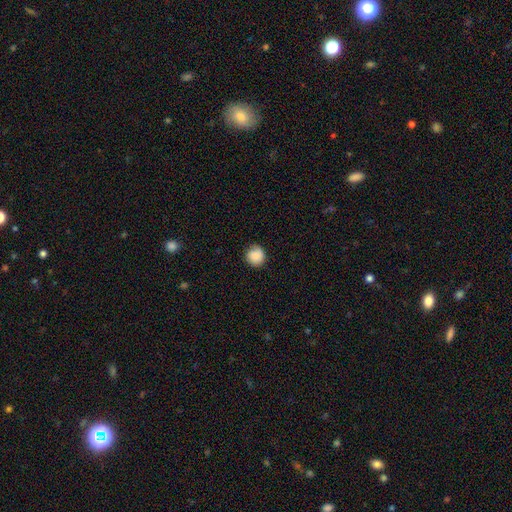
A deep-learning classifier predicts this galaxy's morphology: Smooth or featured: smooth — 86% (star or artifact — 8%)
How rounded: round — 90% (in between — 9%)
Merging: none — 82% (minor disturbance — 14%)